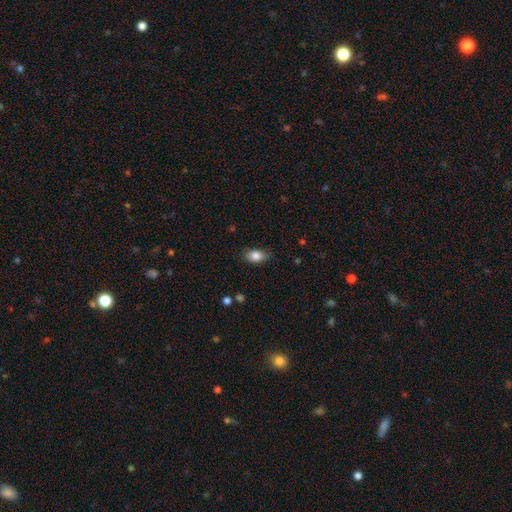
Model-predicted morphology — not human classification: Smooth or featured? Predicted: smooth (p=0.84). How rounded? Predicted: in between (p=0.86). Merging? Predicted: none (p=0.82).